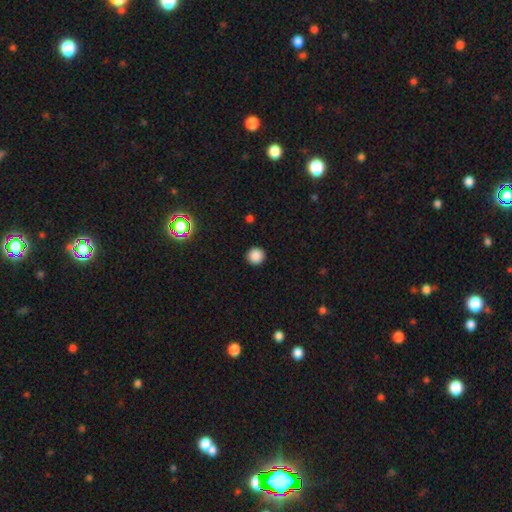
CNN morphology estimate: type=smooth (86%); roundness=round (96%); merging=none (93%).